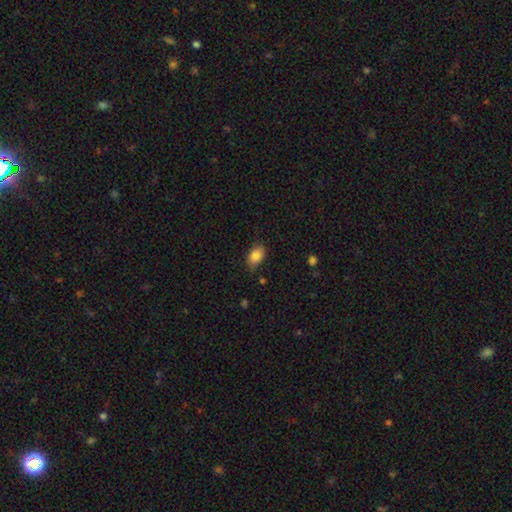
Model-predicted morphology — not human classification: Q: Smooth or featured?
A: smooth (85%); runner-up: star or artifact (8%)
Q: How rounded?
A: in between (87%); runner-up: round (11%)
Q: Merging?
A: none (76%); runner-up: minor disturbance (19%)